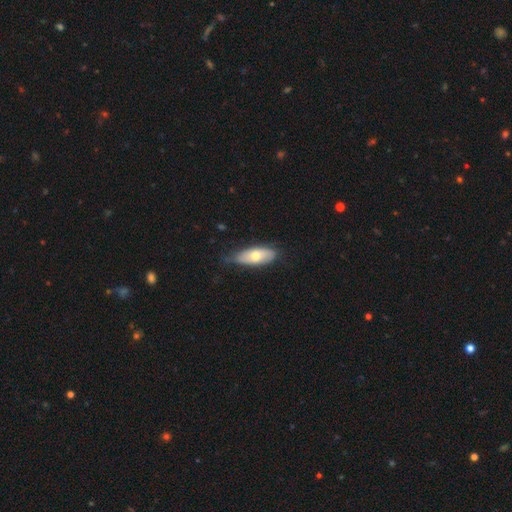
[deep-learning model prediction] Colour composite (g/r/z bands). It shows a smooth galaxy with no disk features (63%) that is in between round and cigar-shaped (77%). Merging: none (67%).